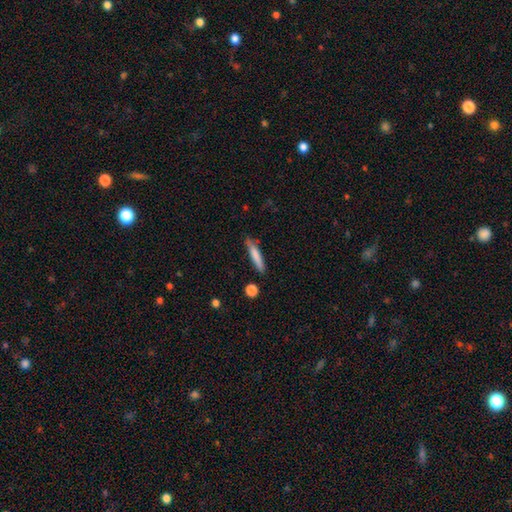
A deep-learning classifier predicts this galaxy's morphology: Q: Smooth or featured?
A: smooth (76%); runner-up: featured or disk (18%)
Q: How rounded?
A: cigar-shaped (91%); runner-up: in between (8%)
Q: Merging?
A: none (81%); runner-up: minor disturbance (14%)